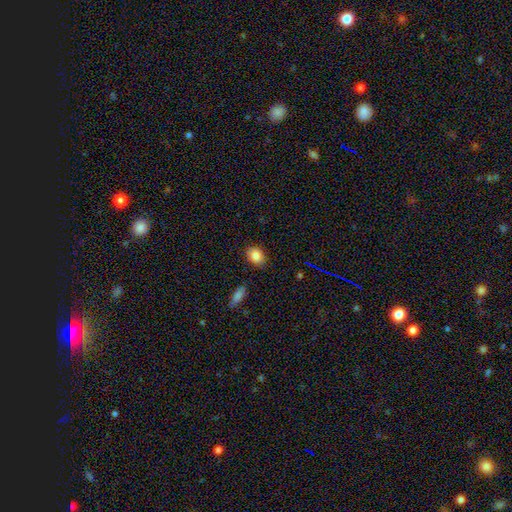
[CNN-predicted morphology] smooth 85%, star or artifact 9%, featured or disk 5%. Down the decision tree: how rounded — in between (60%); merging — none (87%).